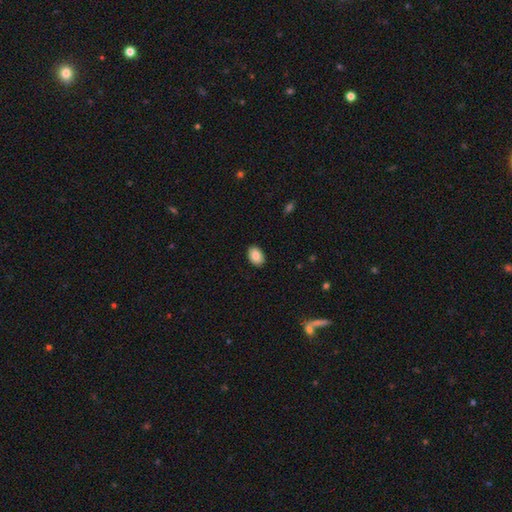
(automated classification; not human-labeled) Smooth or featured?
  - smooth: 87% *
  - star or artifact: 7%
  - featured or disk: 6%
How rounded?
  - in between: 85% *
  - round: 14%
  - cigar-shaped: 1%
Merging?
  - none: 90% *
  - minor disturbance: 8%
  - major disturbance: 2%
  - merger: 1%